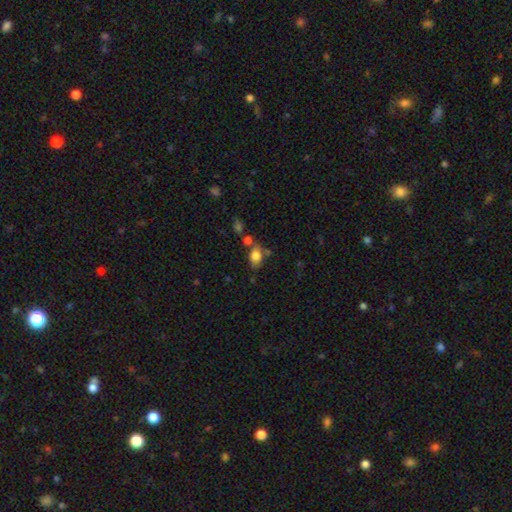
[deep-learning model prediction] smooth_or_featured: smooth (p=0.80) [alt: featured or disk p=0.10]
how_rounded: in between (p=0.76) [alt: round p=0.23]
merging: none (p=0.55) [alt: merger p=0.20]